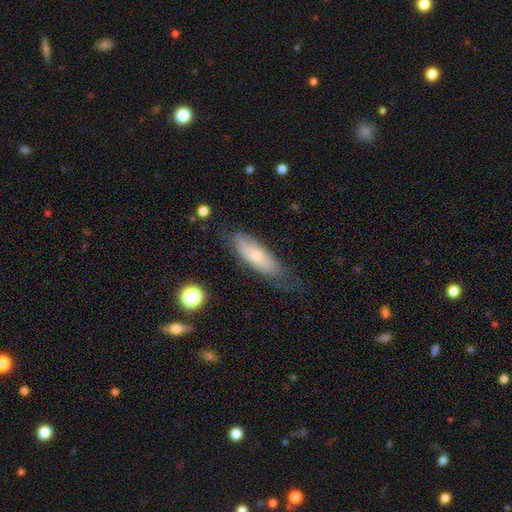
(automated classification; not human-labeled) smooth 62%, featured or disk 31%, star or artifact 7%. Down the decision tree: how rounded — in between (52%); merging — none (61%).